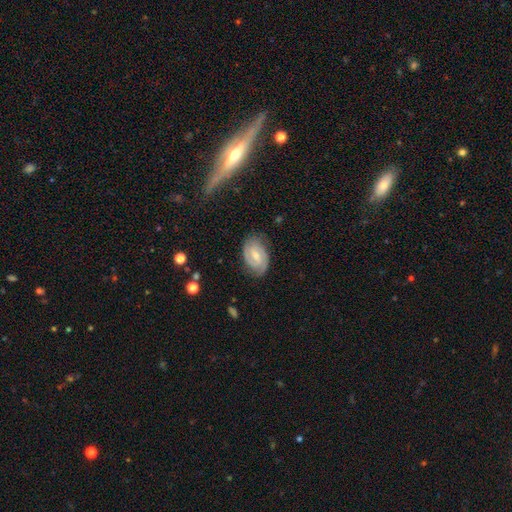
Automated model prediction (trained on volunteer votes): Smooth or featured? Predicted: featured or disk (p=0.80). Edge-on disk? Predicted: no (p=0.97). Bar? Predicted: weak (p=0.56). Spiral arms? Predicted: yes (p=0.94). Spiral winding? Predicted: tight (p=0.57). Spiral arm count? Predicted: 2 (p=0.82). Bulge size? Predicted: moderate (p=0.51). Merging? Predicted: none (p=0.79).